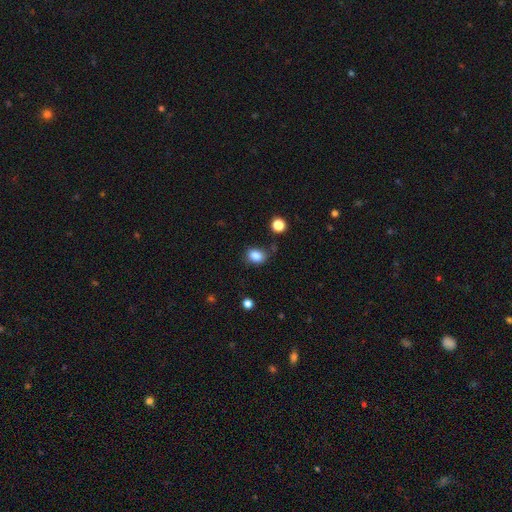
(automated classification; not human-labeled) This appears to be a smooth galaxy with no disk features (85%) that is in between round and cigar-shaped (61%). Merging: none (75%).